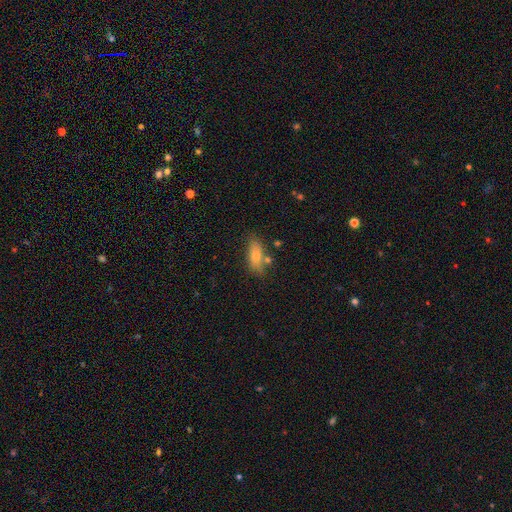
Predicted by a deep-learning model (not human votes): smooth-or-featured: smooth: 71% | featured or disk: 20% | star or artifact: 8%
  how-rounded: in between: 73% | cigar-shaped: 23% | round: 4%
  merging: none: 66% | minor disturbance: 19% | merger: 10% | major disturbance: 5%